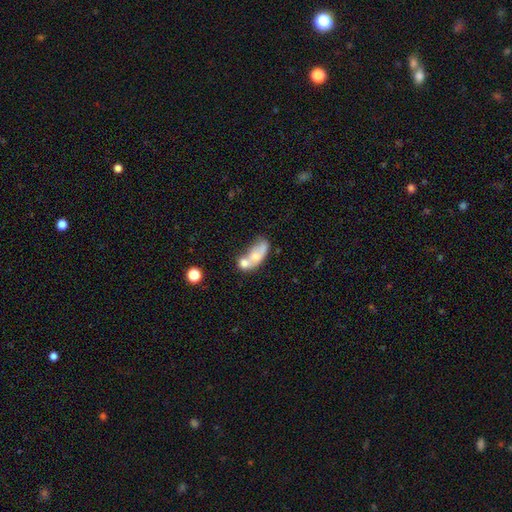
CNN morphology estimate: A smooth galaxy with no disk features (61%) that is in between round and cigar-shaped (79%). Merging: merger (63%).